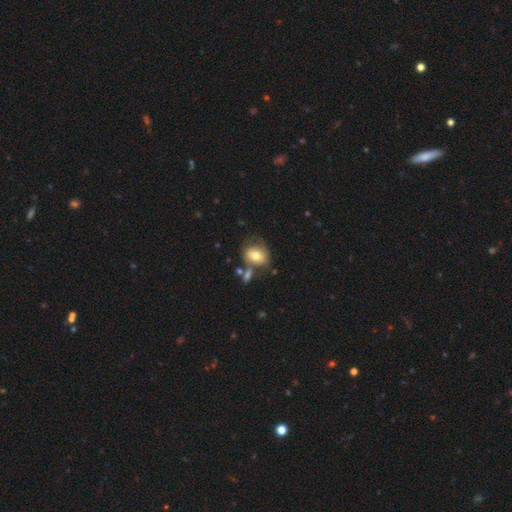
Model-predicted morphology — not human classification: smooth-or-featured: smooth: 64% | featured or disk: 28% | star or artifact: 8%
  how-rounded: round: 50% | in between: 49% | cigar-shaped: 1%
  merging: none: 49% | minor disturbance: 20% | merger: 20% | major disturbance: 11%